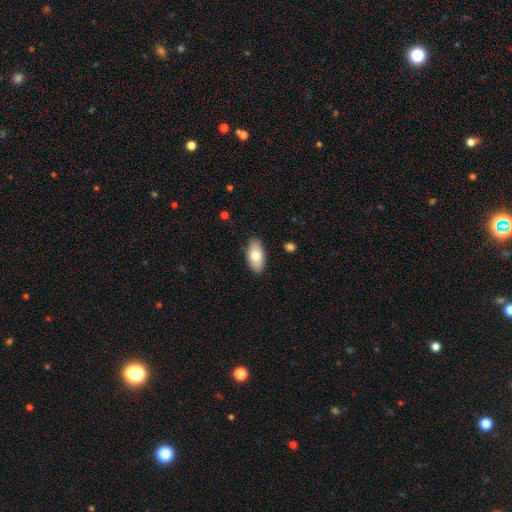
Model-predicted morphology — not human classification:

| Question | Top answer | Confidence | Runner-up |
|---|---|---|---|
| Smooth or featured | smooth | 75% | featured or disk (19%) |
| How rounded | in between | 92% | cigar-shaped (6%) |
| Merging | none | 88% | minor disturbance (9%) |